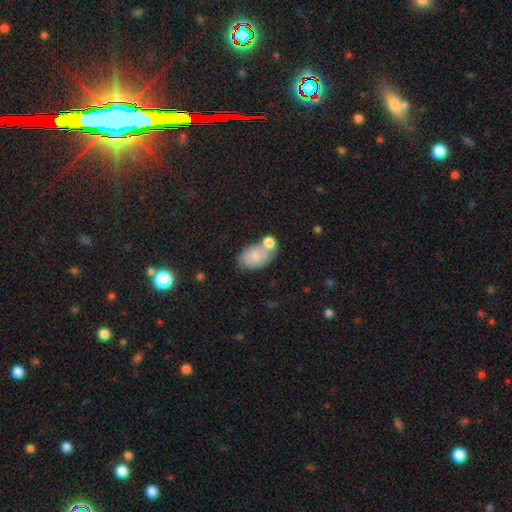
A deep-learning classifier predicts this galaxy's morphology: This appears to be a smooth galaxy with no disk features (77%) that is in between round and cigar-shaped (89%). Merging: none (46%).